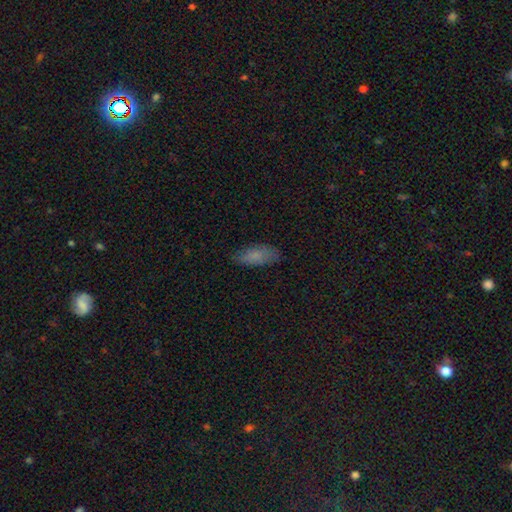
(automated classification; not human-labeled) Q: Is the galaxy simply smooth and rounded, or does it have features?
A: smooth — 81%.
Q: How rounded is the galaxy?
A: in between — 80%.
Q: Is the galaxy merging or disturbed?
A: none — 78%.